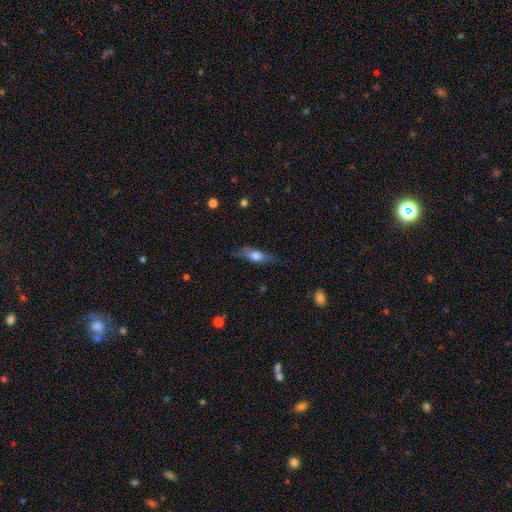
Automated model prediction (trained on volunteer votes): smooth 49%, featured or disk 43%, star or artifact 7%. Down the decision tree: merging — none (75%).